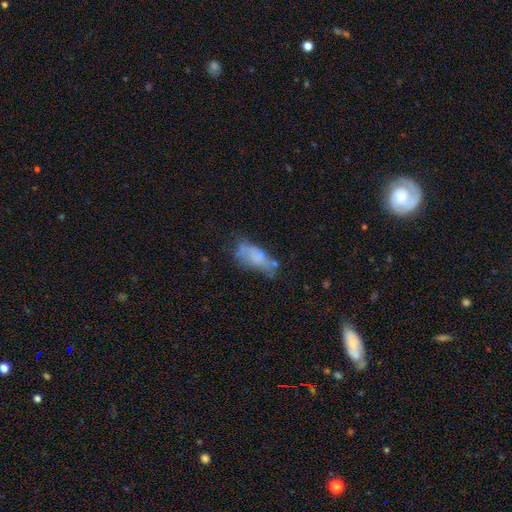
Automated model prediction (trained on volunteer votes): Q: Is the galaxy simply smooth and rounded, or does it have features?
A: smooth — 53%.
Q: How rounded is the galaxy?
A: in between — 71%.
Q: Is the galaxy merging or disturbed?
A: none — 42%.